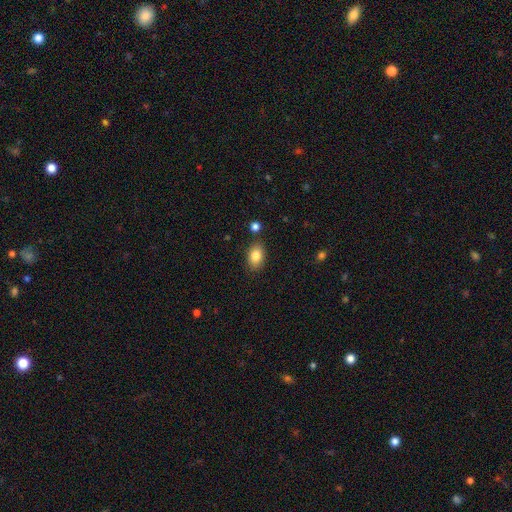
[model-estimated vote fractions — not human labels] Morphology: type=smooth (85%); roundness=in between (84%); merging=none (83%).